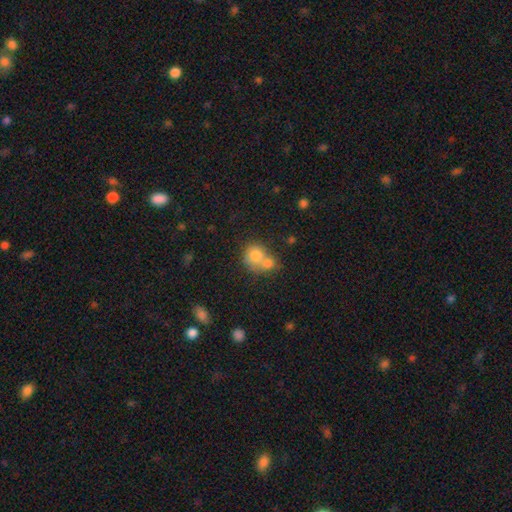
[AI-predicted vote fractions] smooth_or_featured: smooth (p=0.75) [alt: featured or disk p=0.16]
how_rounded: round (p=0.73) [alt: in between p=0.26]
merging: merger (p=0.62) [alt: none p=0.26]